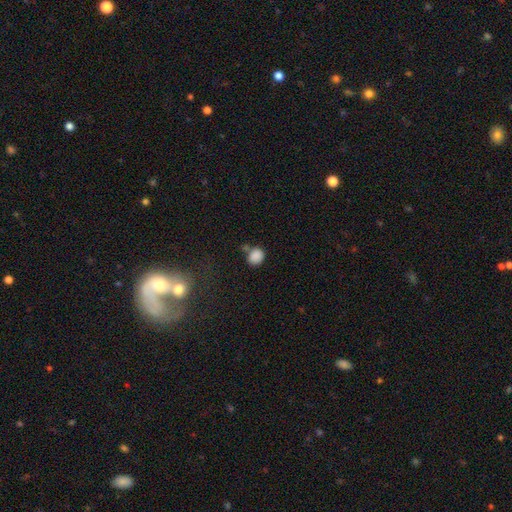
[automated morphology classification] smooth_or_featured: smooth (p=0.85) [alt: star or artifact p=0.10]
how_rounded: round (p=0.71) [alt: in between p=0.28]
merging: none (p=0.65) [alt: minor disturbance p=0.16]